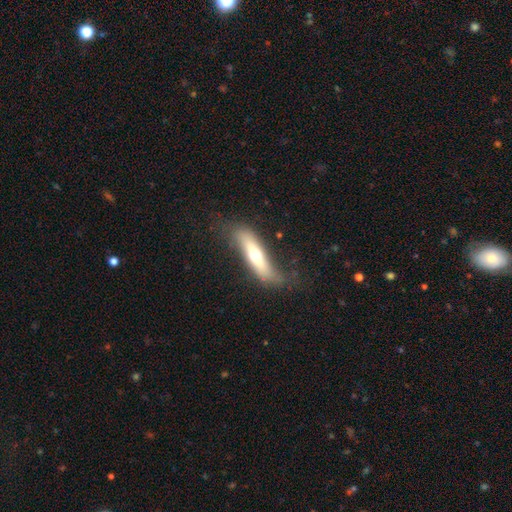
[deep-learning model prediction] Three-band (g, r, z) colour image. It shows a featured or disk galaxy (48%). Merging: none (63%).